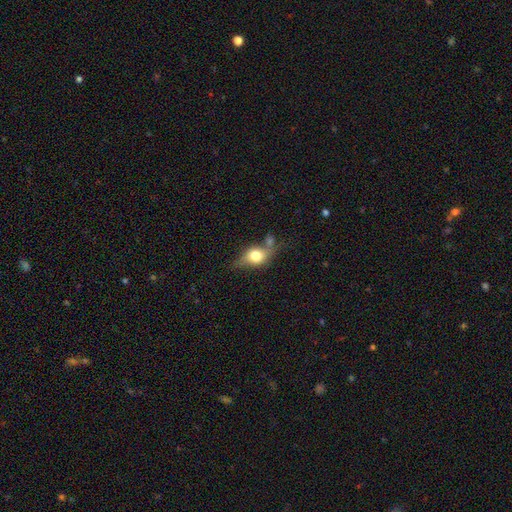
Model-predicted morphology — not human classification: type=smooth (57%); roundness=in between (61%); merging=none (48%).